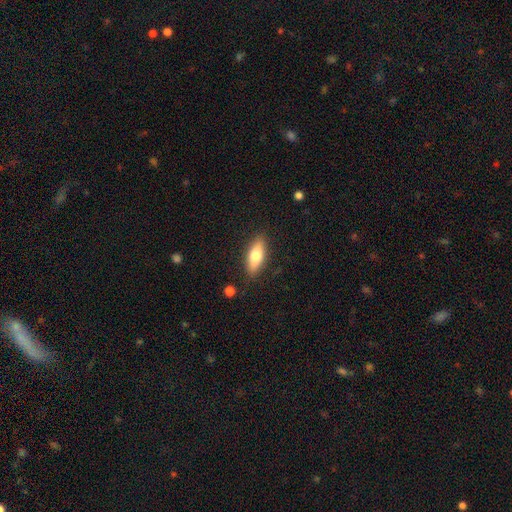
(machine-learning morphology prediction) The model was most divided on "how rounded": in between: 68%, cigar-shaped: 29%, round: 3%. More confident: merging — none (86%); smooth or featured — smooth (70%).